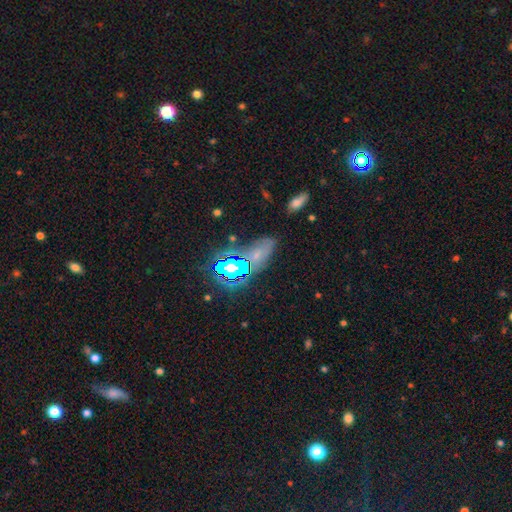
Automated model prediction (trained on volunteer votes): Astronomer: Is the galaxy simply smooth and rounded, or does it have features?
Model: smooth — 49% (runner-up: star or artifact, 33%).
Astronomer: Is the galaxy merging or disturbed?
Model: none — 63%.